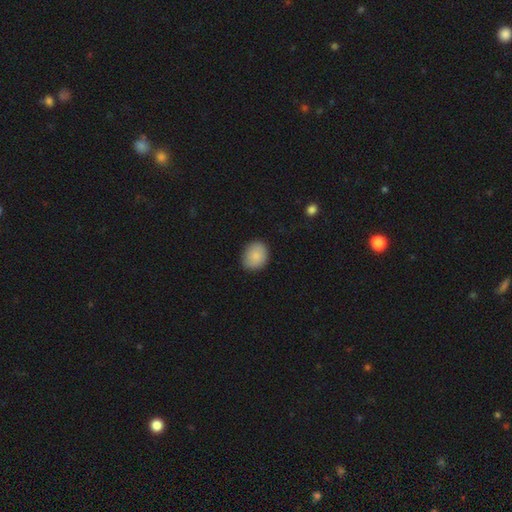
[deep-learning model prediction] This is clearly a smooth galaxy (87%). How rounded: possibly round (57%). Merging: clearly none (85%).